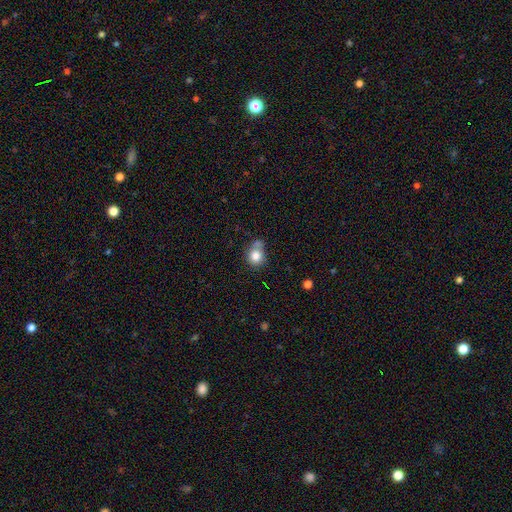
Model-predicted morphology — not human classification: smooth-or-featured: smooth: 82% | star or artifact: 10% | featured or disk: 8%
  how-rounded: round: 78% | in between: 21% | cigar-shaped: 1%
  merging: none: 49% | merger: 23% | minor disturbance: 20% | major disturbance: 8%